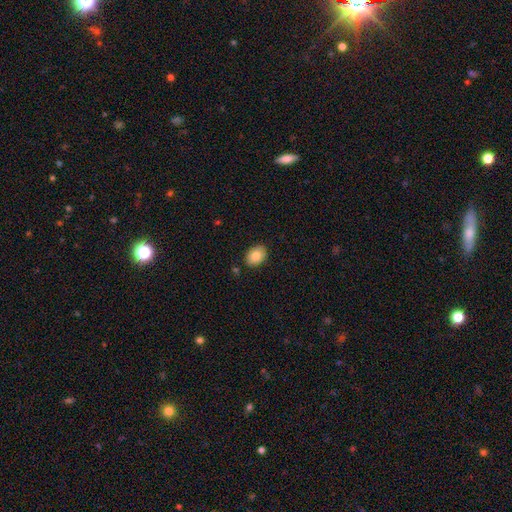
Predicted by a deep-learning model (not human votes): This is clearly a smooth galaxy (85%). How rounded: likely in between (73%). Merging: clearly none (86%).